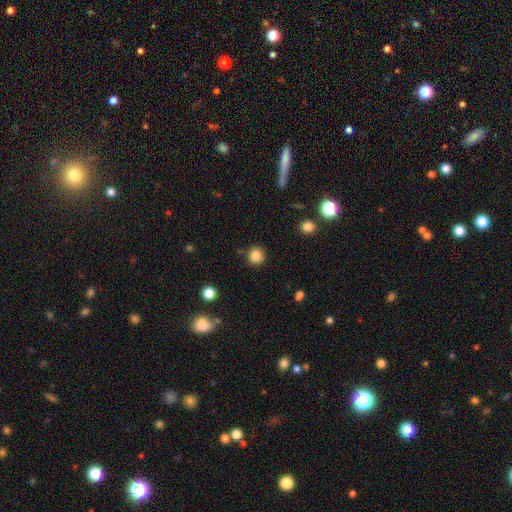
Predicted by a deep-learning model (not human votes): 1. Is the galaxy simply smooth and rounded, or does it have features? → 85% smooth, 11% star or artifact, 4% featured or disk.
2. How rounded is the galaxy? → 91% round, 8% in between, 1% cigar-shaped.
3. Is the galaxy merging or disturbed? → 88% none, 7% minor disturbance, 2% merger, 2% major disturbance.